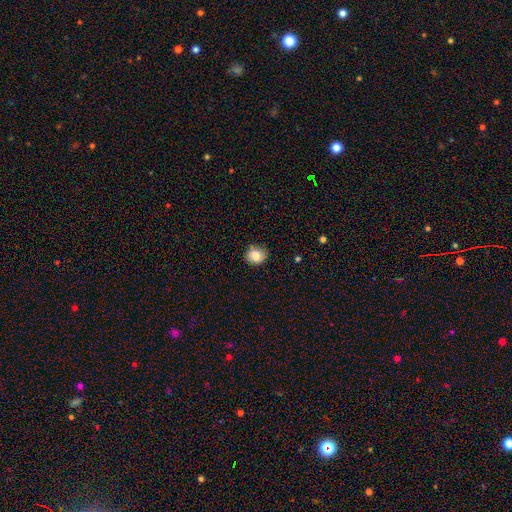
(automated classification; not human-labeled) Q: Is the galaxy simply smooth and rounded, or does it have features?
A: smooth — 81%.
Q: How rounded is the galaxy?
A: round — 61%.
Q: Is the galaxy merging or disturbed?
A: none — 76%.